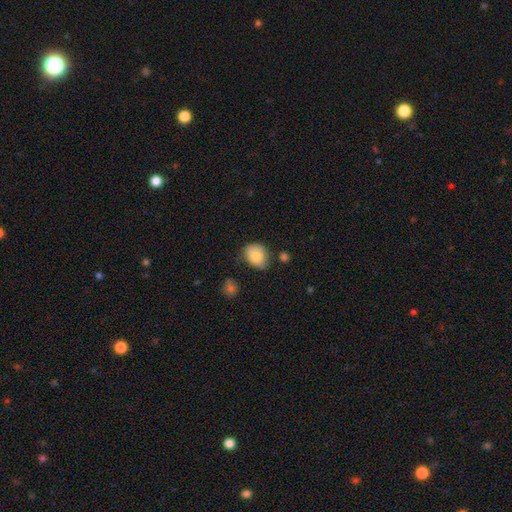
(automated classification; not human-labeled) smooth_or_featured: smooth (p=0.82) [alt: featured or disk p=0.10]
how_rounded: in between (p=0.58) [alt: round p=0.41]
merging: none (p=0.58) [alt: minor disturbance p=0.31]